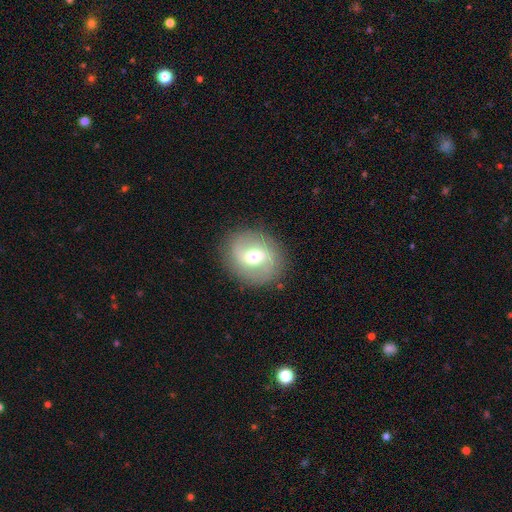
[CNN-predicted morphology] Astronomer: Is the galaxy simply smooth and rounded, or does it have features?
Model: featured or disk — 59%.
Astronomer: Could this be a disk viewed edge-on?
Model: no — 95%.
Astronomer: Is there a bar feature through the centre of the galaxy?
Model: weak — 50% (runner-up: strong, 26%).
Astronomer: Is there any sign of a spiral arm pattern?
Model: yes — 68%.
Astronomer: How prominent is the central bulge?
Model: moderate — 66%.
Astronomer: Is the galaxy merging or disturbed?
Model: none — 85%.